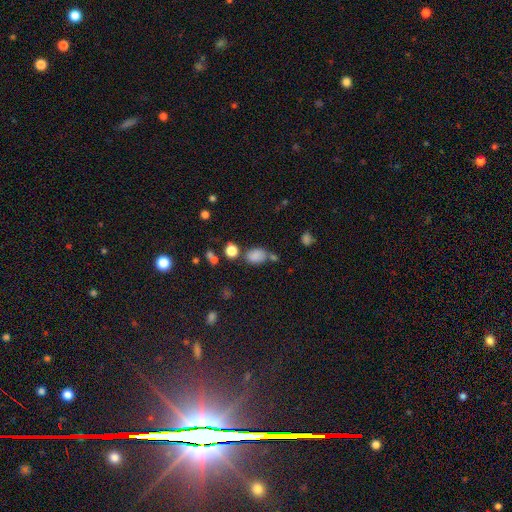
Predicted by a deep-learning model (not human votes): Smooth or featured? smooth (81%)
How rounded? in between (74%)
Merging? none (58%)